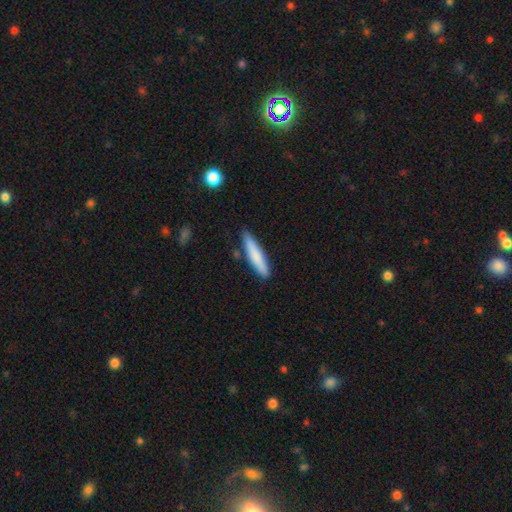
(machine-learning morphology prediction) A smooth galaxy with no disk features (78%) that is cigar-shaped (88%).

Vote fractions:
- Smooth or featured? smooth: 78% / featured or disk: 17% / star or artifact: 6%
- How rounded? cigar-shaped: 88% / in between: 11% / round: 1%
- Merging? none: 84% / minor disturbance: 11% / merger: 3% / major disturbance: 2%